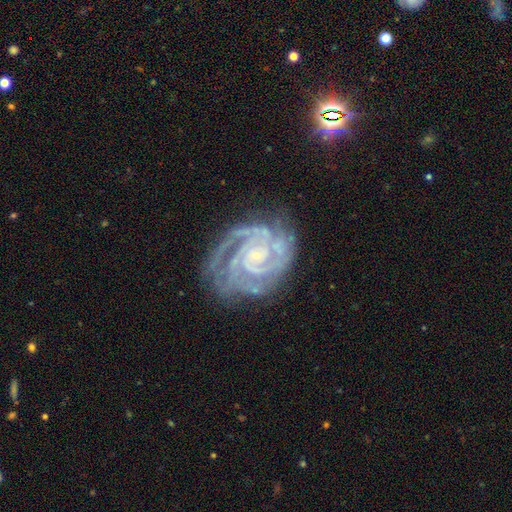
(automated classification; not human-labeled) Overall: featured or disk (92%). Edge-on disk: no (98%). Bar: no (61%; weak 28%). Spiral arms: yes (99%). Spiral arm count: 2 (33%; 3 30%). Spiral winding: tight (76%). Bulge size: small (82%). Merging: none (70%).